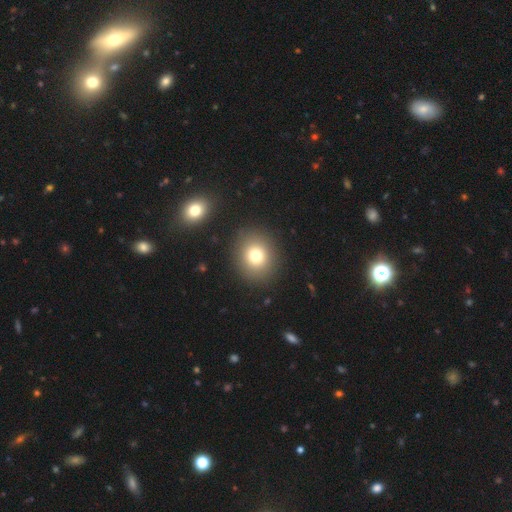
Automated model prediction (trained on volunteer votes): Smooth or featured: smooth — 76% (star or artifact — 13%)
How rounded: round — 76% (in between — 23%)
Merging: none — 88% (minor disturbance — 7%)